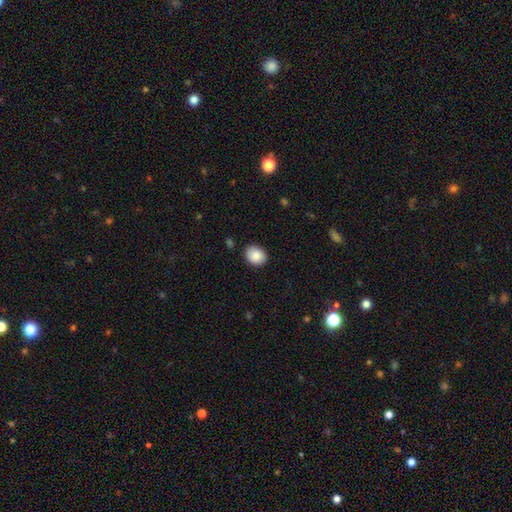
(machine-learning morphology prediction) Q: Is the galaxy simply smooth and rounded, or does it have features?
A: smooth — 87%.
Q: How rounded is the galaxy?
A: round — 51%.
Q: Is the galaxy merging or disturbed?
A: none — 88%.